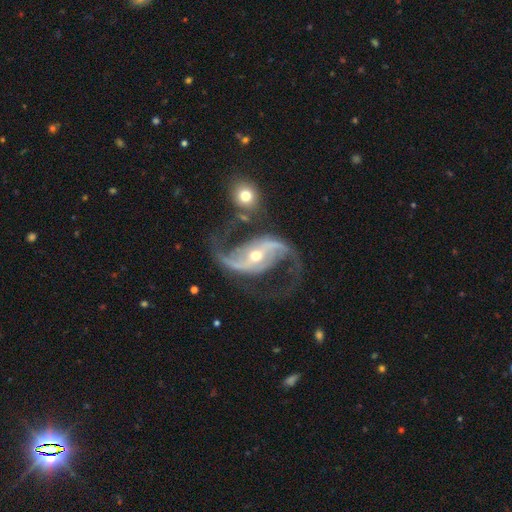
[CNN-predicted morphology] The model was most divided on "bulge size": moderate: 55%, small: 41%, large: 2%, none: 1%, dominant: 1%. Remaining: spiral arms — yes (98%); edge-on disk — no (98%); spiral arm count — 2 (94%); smooth or featured — featured or disk (93%); merging — none (66%); spiral winding — loose (63%); bar — strong (47%).